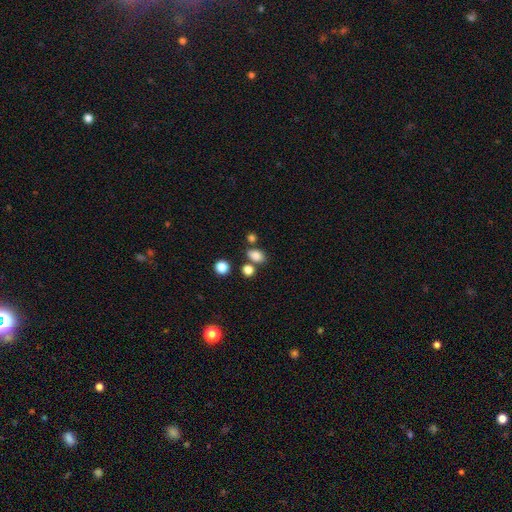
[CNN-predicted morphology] Smooth or featured: smooth — 83% (star or artifact — 12%)
How rounded: in between — 74% (round — 25%)
Merging: none — 68% (merger — 15%)